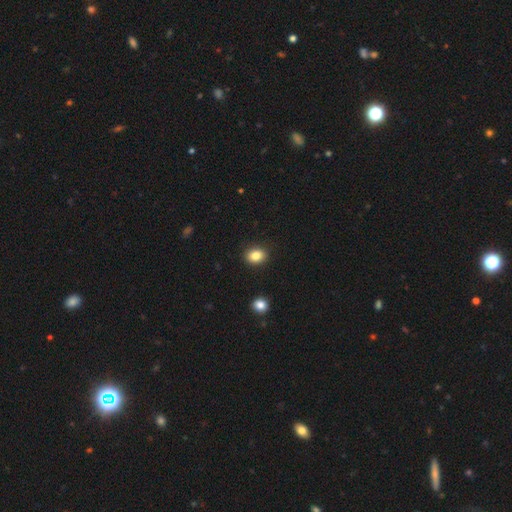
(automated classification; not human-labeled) This appears to be a smooth galaxy with no disk features (84%) that is in between round and cigar-shaped (59%). Merging: none (89%).